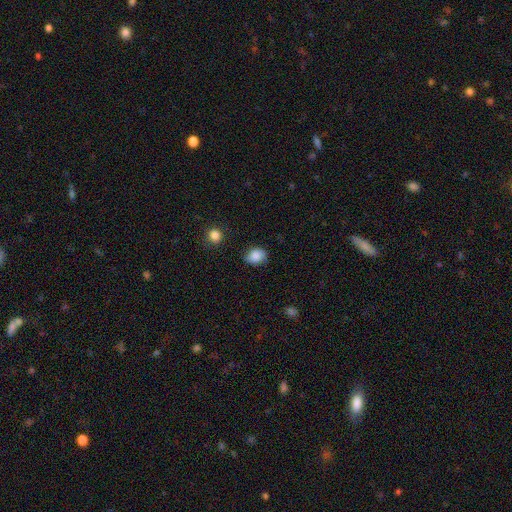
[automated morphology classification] This appears to be a smooth galaxy with no disk features (86%) that is in between round and cigar-shaped (51%). Merging: none (78%).